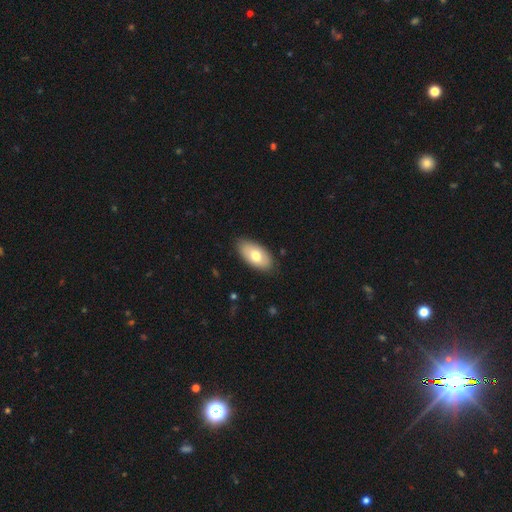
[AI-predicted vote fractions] A smooth galaxy with no disk features (71%) that is in between round and cigar-shaped (94%). Merging: none (84%).